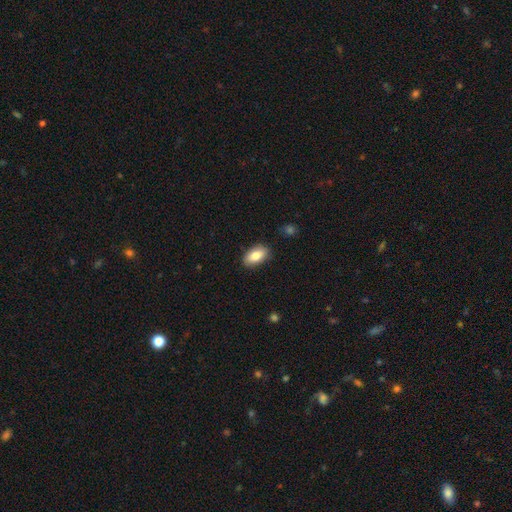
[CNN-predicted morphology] smooth 82%, featured or disk 12%, star or artifact 7%. Down the decision tree: how rounded — in between (93%); merging — none (84%).